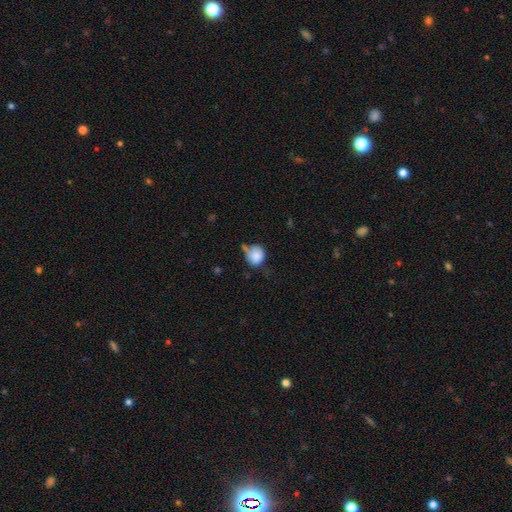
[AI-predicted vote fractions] A smooth galaxy with no disk features (83%) that is round (74%).

Vote fractions:
- Smooth or featured? smooth: 83% / featured or disk: 8% / star or artifact: 8%
- How rounded? round: 74% / in between: 25% / cigar-shaped: 1%
- Merging? none: 41% / minor disturbance: 33% / merger: 14% / major disturbance: 13%